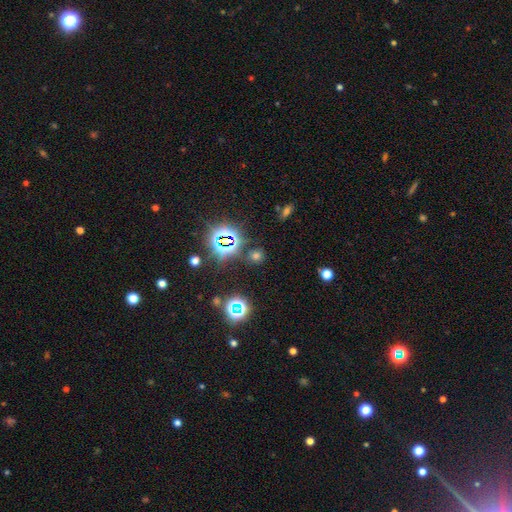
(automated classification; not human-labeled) The model was most divided on "smooth or featured": smooth: 52%, star or artifact: 41%, featured or disk: 7%. More confident: how rounded — round (83%); merging — none (81%).